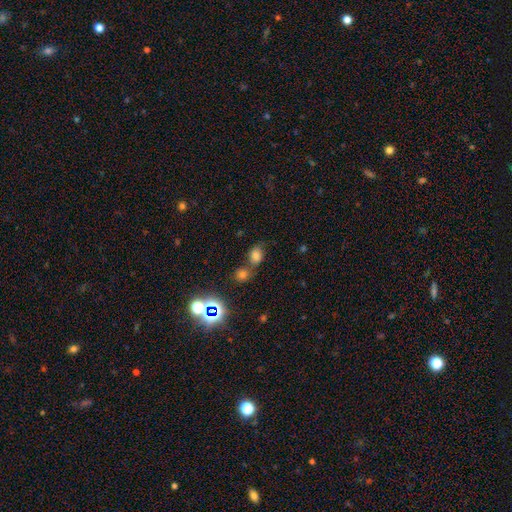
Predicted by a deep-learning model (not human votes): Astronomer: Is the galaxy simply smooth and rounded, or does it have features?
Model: smooth — 69%.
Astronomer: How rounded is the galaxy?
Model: in between — 62% (runner-up: round, 37%).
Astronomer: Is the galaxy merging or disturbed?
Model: none — 55%.